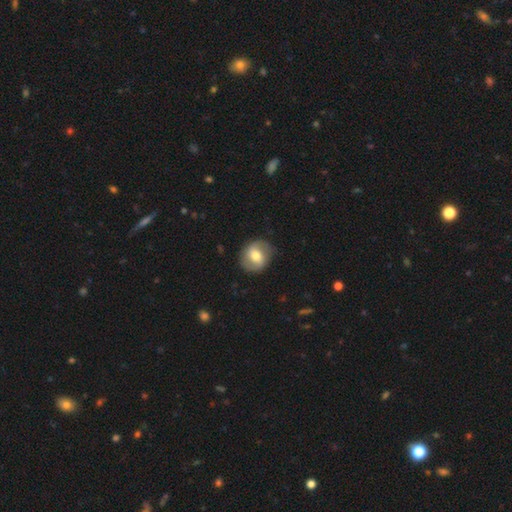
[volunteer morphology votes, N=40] This is possibly a featured or disk galaxy (52%). It is clearly not viewed edge-on (90%). Bar: possibly weak (58%). Spiral arm pattern: likely yes (74%). Spiral arm count: clearly 2 (93%). Spiral winding: likely medium (79%). Central bulge: clearly moderate (84%). Merging: clearly none (82%).